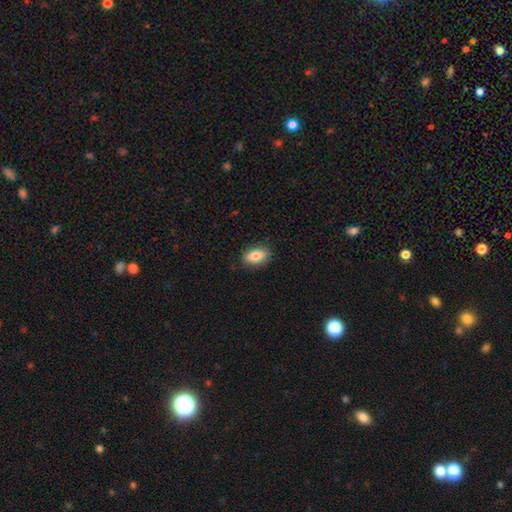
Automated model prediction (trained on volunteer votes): This appears to be a smooth galaxy with no disk features (79%) that is in between round and cigar-shaped (88%). Merging: none (85%).